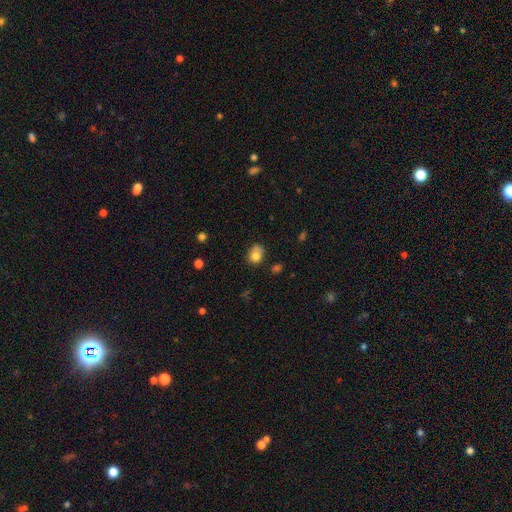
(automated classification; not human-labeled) Smooth or featured: smooth — 80% (star or artifact — 10%)
How rounded: in between — 53% (round — 46%)
Merging: none — 53% (minor disturbance — 31%)